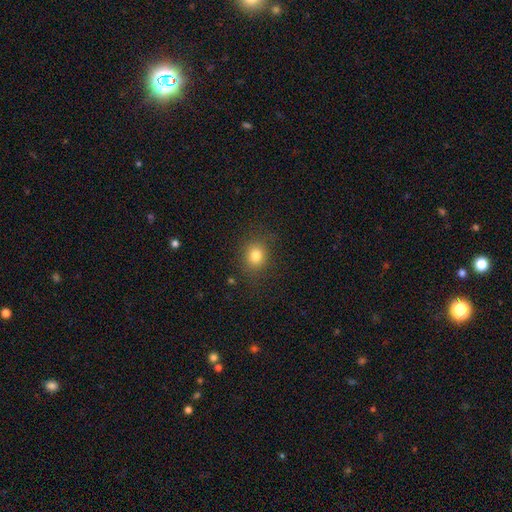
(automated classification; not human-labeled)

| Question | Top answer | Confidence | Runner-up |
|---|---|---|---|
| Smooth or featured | smooth | 80% | star or artifact (13%) |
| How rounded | round | 75% | in between (25%) |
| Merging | none | 85% | minor disturbance (10%) |